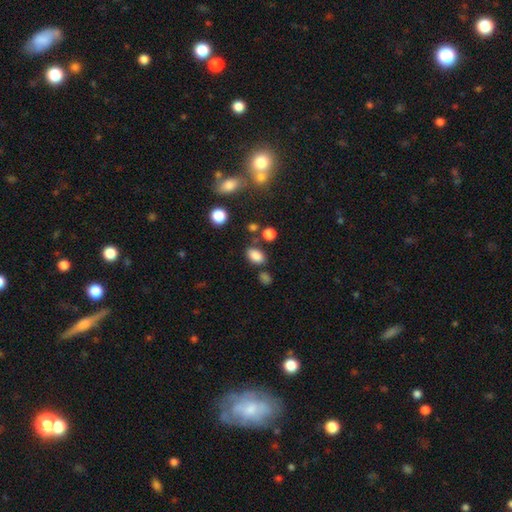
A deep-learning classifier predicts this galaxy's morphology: Smooth or featured: smooth — 83% (star or artifact — 12%)
How rounded: in between — 84% (round — 14%)
Merging: none — 72% (minor disturbance — 14%)